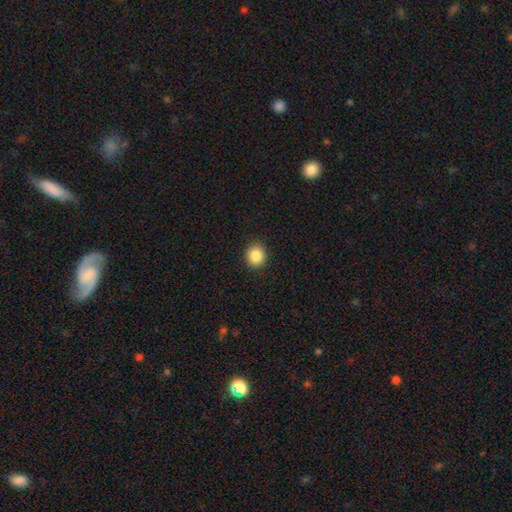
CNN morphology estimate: A smooth galaxy with no disk features (87%) that is round (85%). Merging: none (91%).